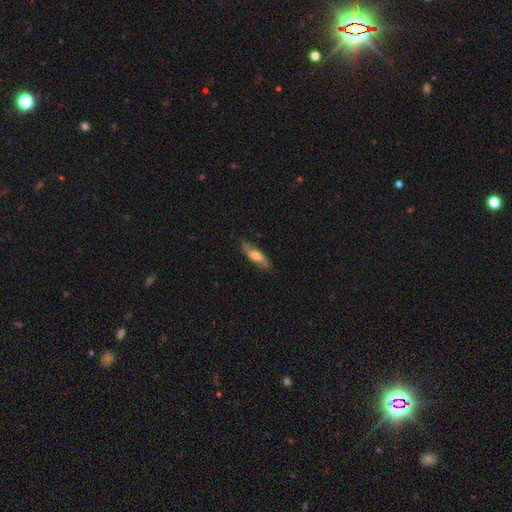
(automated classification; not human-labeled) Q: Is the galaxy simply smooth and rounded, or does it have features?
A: featured or disk — 49%.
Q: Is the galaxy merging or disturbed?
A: none — 77%.